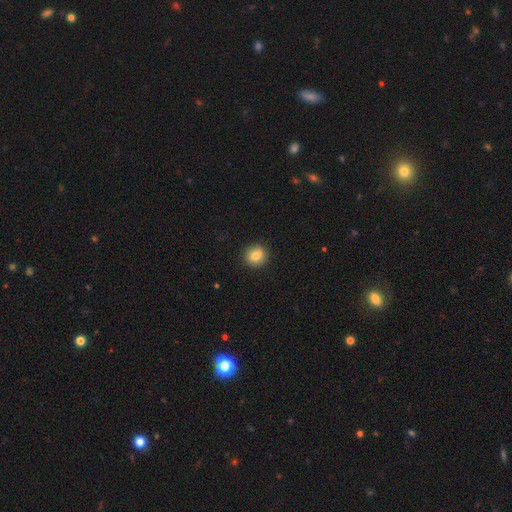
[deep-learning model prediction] Morphology: type=smooth (79%); roundness=round (90%); merging=none (89%).